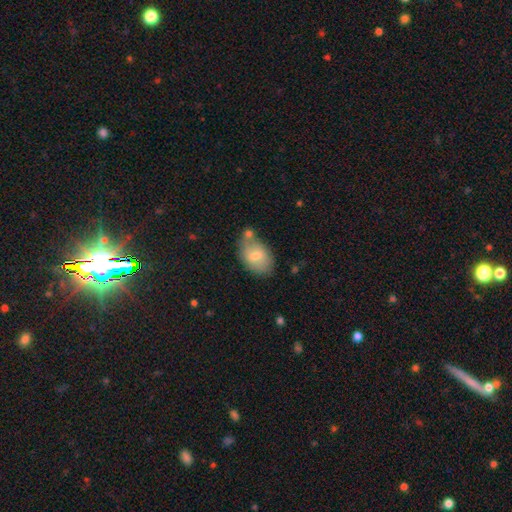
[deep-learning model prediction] A smooth galaxy with no disk features (70%) that is in between round and cigar-shaped (86%).

Vote fractions:
- Smooth or featured? smooth: 70% / featured or disk: 23% / star or artifact: 7%
- How rounded? in between: 86% / round: 13% / cigar-shaped: 1%
- Merging? none: 57% / minor disturbance: 20% / merger: 18% / major disturbance: 5%